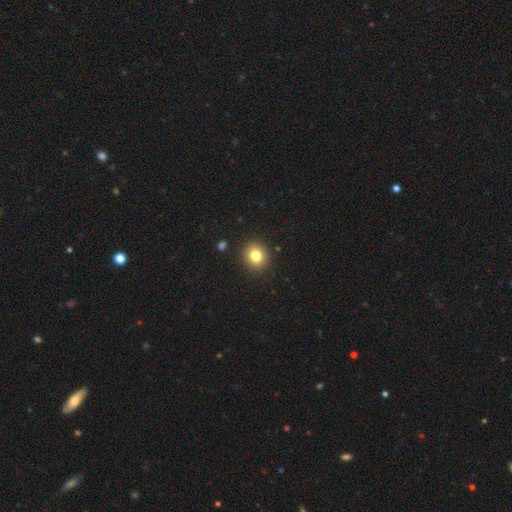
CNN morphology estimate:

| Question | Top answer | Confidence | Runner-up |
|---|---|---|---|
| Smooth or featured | smooth | 80% | star or artifact (12%) |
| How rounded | round | 84% | in between (15%) |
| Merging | none | 91% | minor disturbance (6%) |